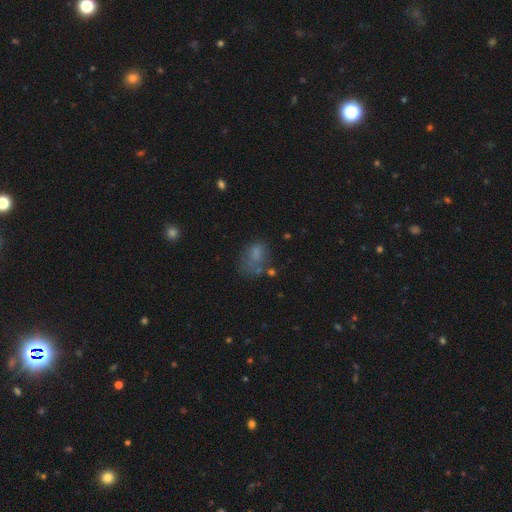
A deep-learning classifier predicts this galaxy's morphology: Smooth or featured: smooth — 63% (featured or disk — 20%)
How rounded: in between — 76% (round — 22%)
Merging: none — 41% (major disturbance — 25%)